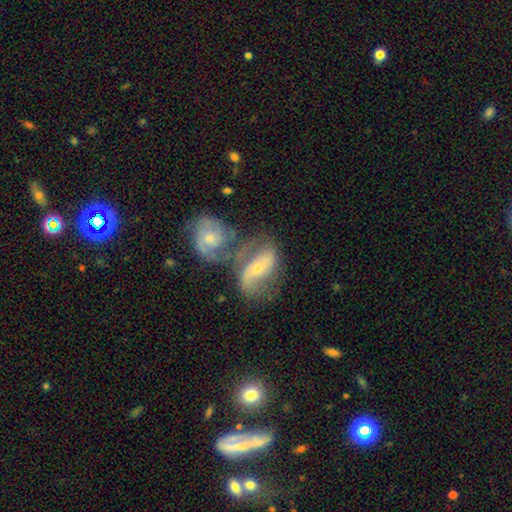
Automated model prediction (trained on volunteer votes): featured or disk 59%, smooth 23%, star or artifact 18%. Down the decision tree: edge-on disk — no (88%); bar — weak (43%); spiral arms — yes (78%); bulge size — moderate (46%); merging — none (46%).